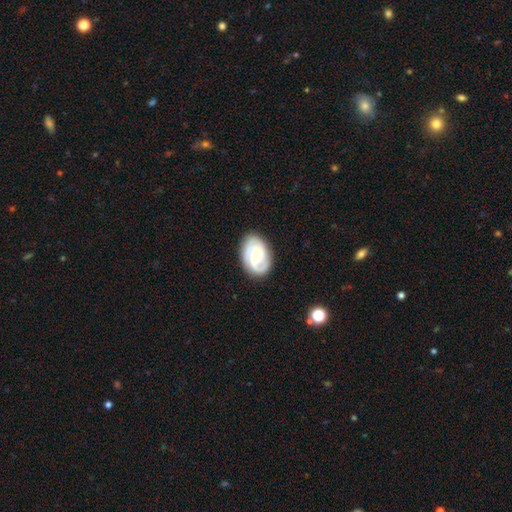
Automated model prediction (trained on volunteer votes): Q: Smooth or featured?
A: featured or disk (74%); runner-up: smooth (21%)
Q: Edge-on disk?
A: no (97%); runner-up: yes (3%)
Q: Bar?
A: no (49%); runner-up: weak (42%)
Q: Spiral arms?
A: yes (94%); runner-up: no (6%)
Q: Spiral winding?
A: tight (43%); runner-up: medium (42%)
Q: Spiral arm count?
A: 2 (58%); runner-up: 3 (16%)
Q: Bulge size?
A: moderate (46%); tied with: small (46%)
Q: Merging?
A: none (82%); runner-up: minor disturbance (13%)